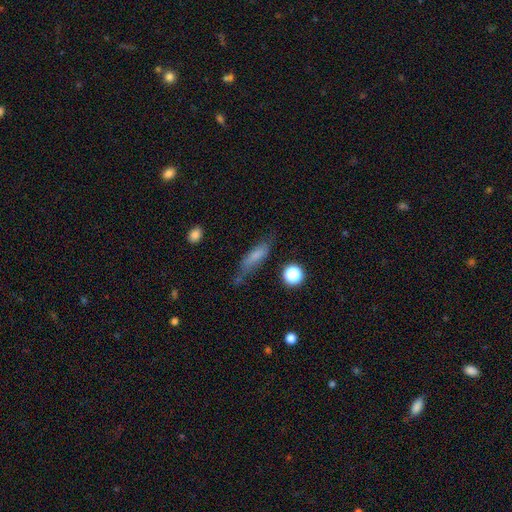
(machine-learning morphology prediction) A smooth galaxy with no disk features (67%) that is cigar-shaped (60%).

Vote fractions:
- Smooth or featured? smooth: 67% / featured or disk: 21% / star or artifact: 12%
- How rounded? cigar-shaped: 60% / in between: 36% / round: 4%
- Merging? none: 59% / minor disturbance: 26% / major disturbance: 11% / merger: 5%